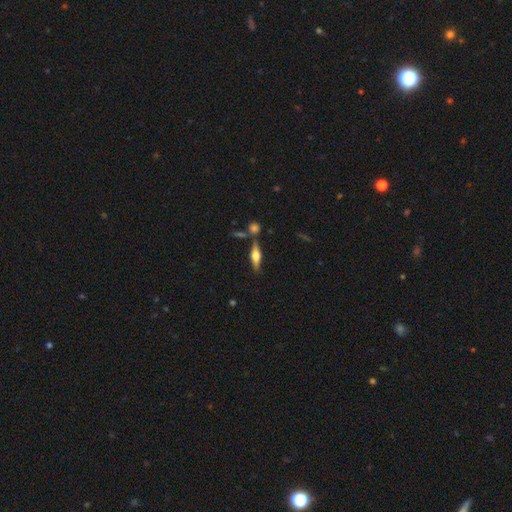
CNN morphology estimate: featured or disk 57%, smooth 36%, star or artifact 7%. Down the decision tree: edge-on disk — yes (94%); edge-on bulge — rounded (89%); merging — none (76%).